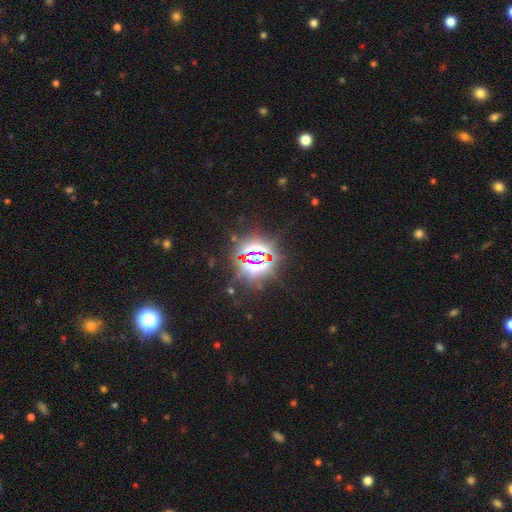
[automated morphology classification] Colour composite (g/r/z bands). It shows a star or artifact, not a galaxy (83%).